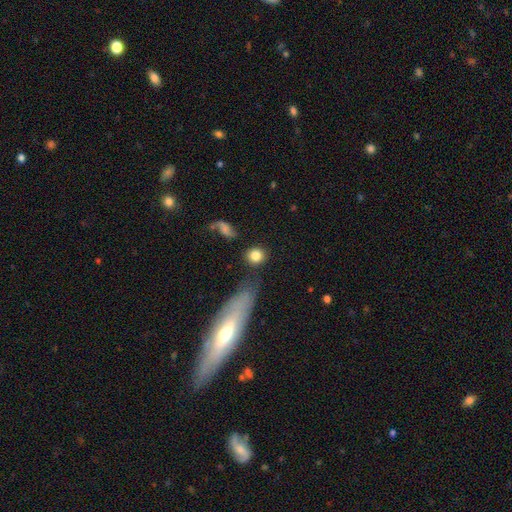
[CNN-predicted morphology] The model was most divided on "merging": none: 75%, minor disturbance: 12%, merger: 8%, major disturbance: 5%. More confident: how rounded — round (84%); smooth or featured — smooth (83%).